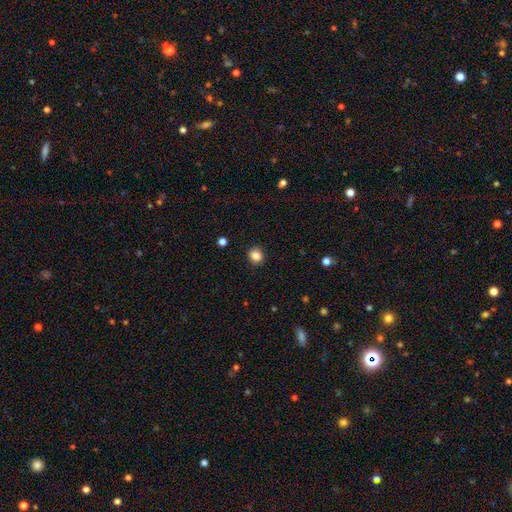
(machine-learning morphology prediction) The model was most divided on "how rounded": round: 76%, in between: 23%, cigar-shaped: 1%. More confident: merging — none (91%); smooth or featured — smooth (85%).